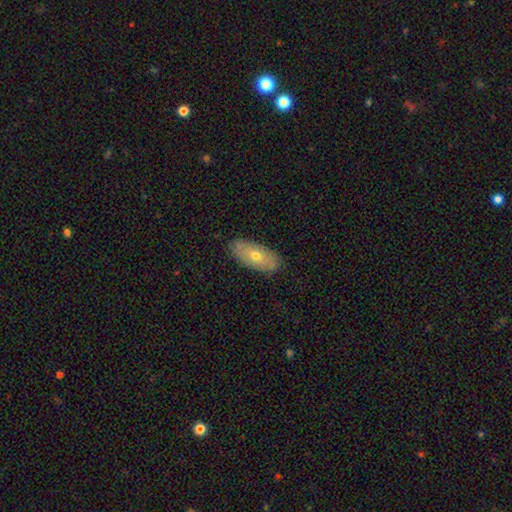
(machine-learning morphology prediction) A smooth galaxy with no disk features (57%) that is in between round and cigar-shaped (86%). Merging: none (85%).